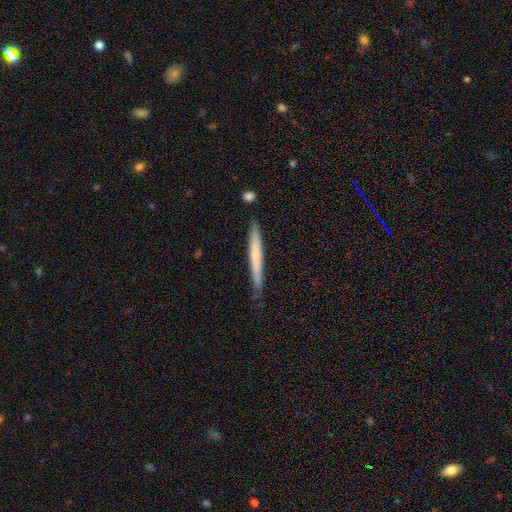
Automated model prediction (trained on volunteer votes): Smooth or featured? Predicted: smooth (p=0.59). How rounded? Predicted: cigar-shaped (p=0.97). Merging? Predicted: none (p=0.78).